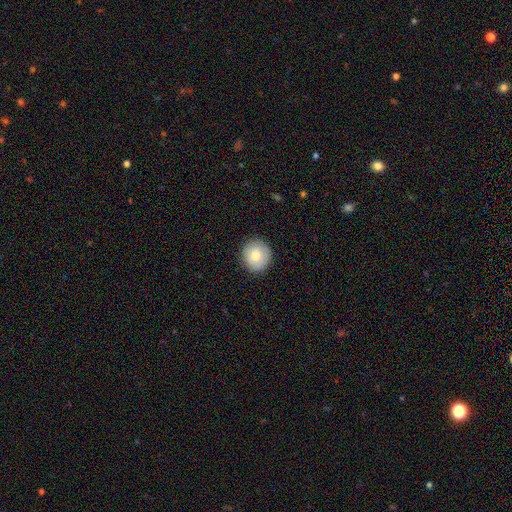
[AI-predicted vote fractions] Smooth or featured: smooth — 82% (featured or disk — 11%)
How rounded: round — 88% (in between — 11%)
Merging: none — 88% (minor disturbance — 9%)